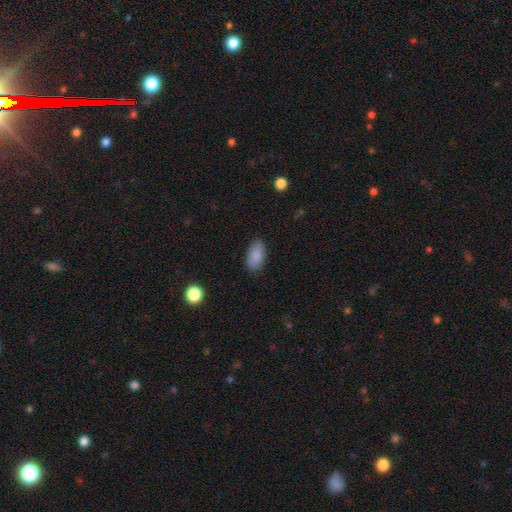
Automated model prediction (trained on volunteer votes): Smooth or featured? Predicted: smooth (p=0.87). How rounded? Predicted: in between (p=0.94). Merging? Predicted: none (p=0.85).